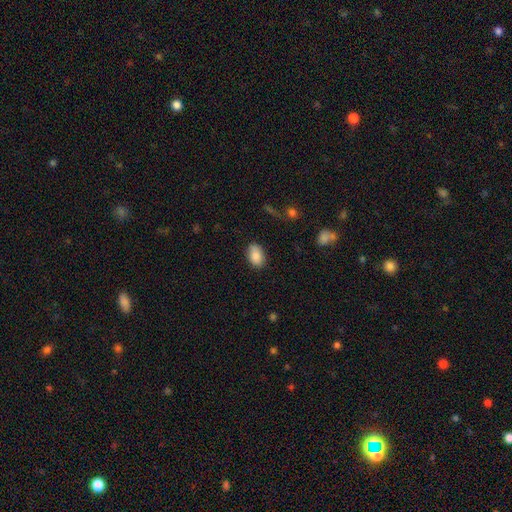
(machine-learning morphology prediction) The model was most divided on "merging": none: 82%, minor disturbance: 14%, major disturbance: 3%, merger: 2%. More confident: how rounded — in between (88%); smooth or featured — smooth (87%).